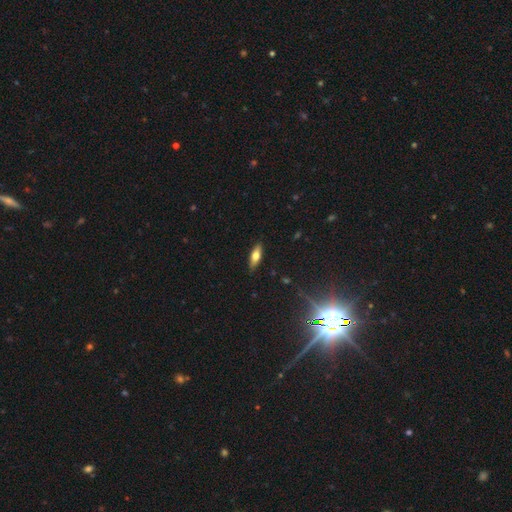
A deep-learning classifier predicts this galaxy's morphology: smooth 63%, featured or disk 29%, star or artifact 8%. Down the decision tree: how rounded — in between (60%); merging — none (86%).